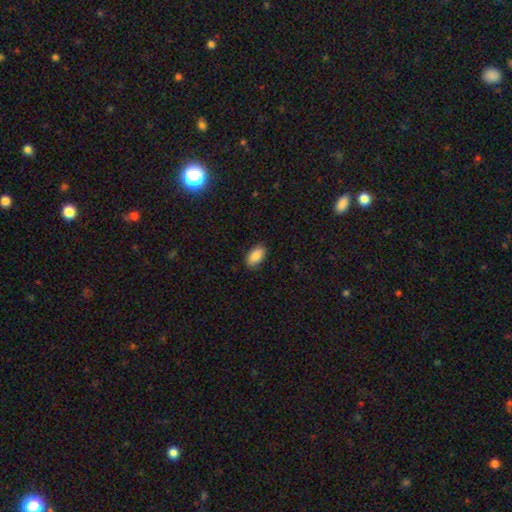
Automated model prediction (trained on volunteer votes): Smooth or featured? smooth (86%)
How rounded? in between (93%)
Merging? none (87%)